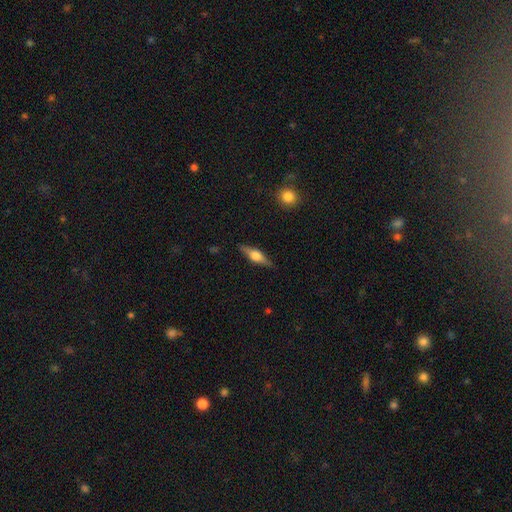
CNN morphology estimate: Smooth or featured? Predicted: featured or disk (p=0.63). Edge-on disk? Predicted: yes (p=0.95). Edge-on bulge? Predicted: rounded (p=0.90). Merging? Predicted: none (p=0.87).